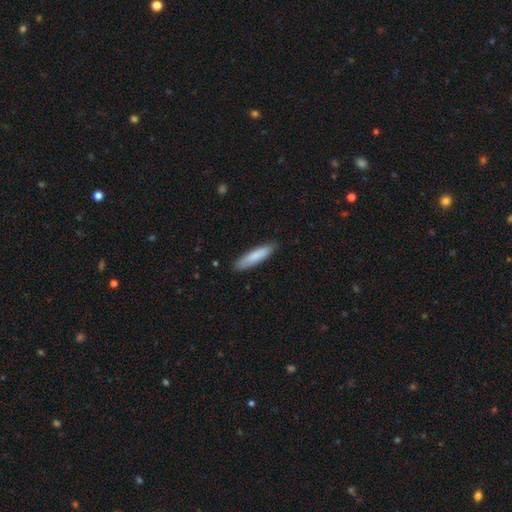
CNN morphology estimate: smooth-or-featured: smooth: 84% | featured or disk: 11% | star or artifact: 5%
  how-rounded: cigar-shaped: 78% | in between: 21% | round: 1%
  merging: none: 88% | minor disturbance: 9% | major disturbance: 2% | merger: 1%